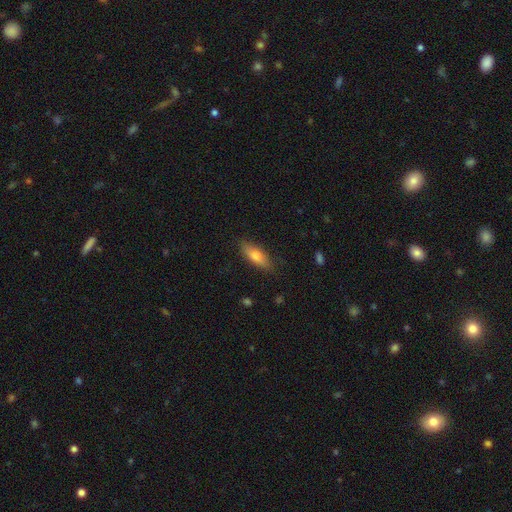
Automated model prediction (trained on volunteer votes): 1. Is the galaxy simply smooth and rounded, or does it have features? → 75% smooth, 19% featured or disk, 6% star or artifact.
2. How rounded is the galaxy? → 64% in between, 34% cigar-shaped, 2% round.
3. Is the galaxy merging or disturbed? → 83% none, 13% minor disturbance, 3% major disturbance, 1% merger.